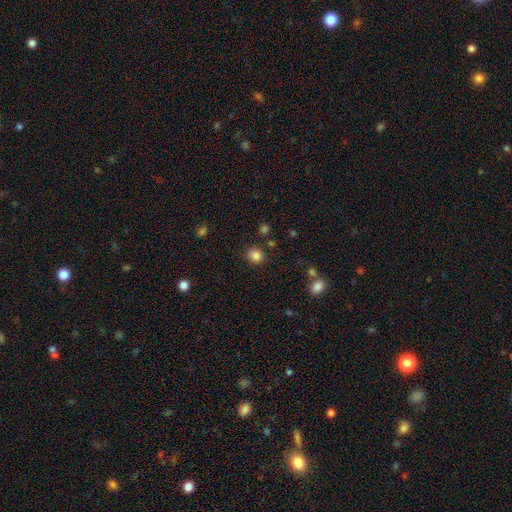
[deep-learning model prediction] smooth_or_featured: smooth (p=0.84) [alt: star or artifact p=0.12]
how_rounded: round (p=0.76) [alt: in between p=0.23]
merging: none (p=0.85) [alt: minor disturbance p=0.09]